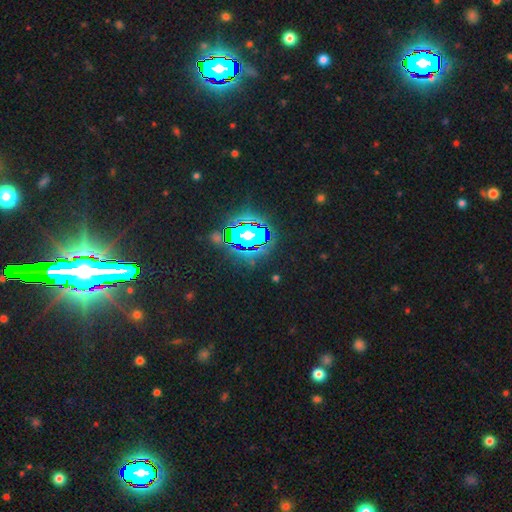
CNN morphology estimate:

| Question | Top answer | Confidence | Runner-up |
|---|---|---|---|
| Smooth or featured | star or artifact | 83% | smooth (9%) |